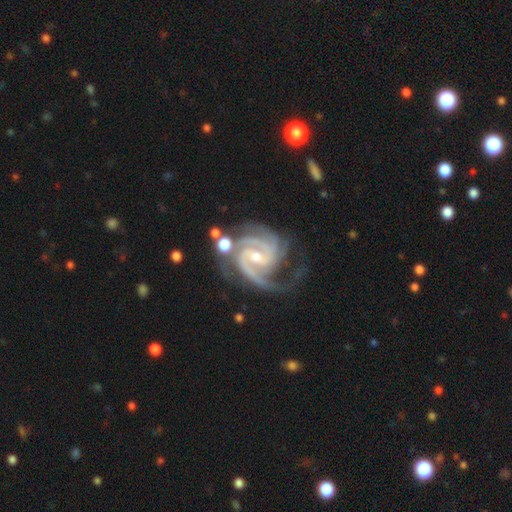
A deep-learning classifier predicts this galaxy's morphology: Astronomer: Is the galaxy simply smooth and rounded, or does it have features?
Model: featured or disk — 94%.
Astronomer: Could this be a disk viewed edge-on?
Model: no — 98%.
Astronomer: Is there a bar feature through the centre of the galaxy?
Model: weak — 48% (runner-up: no, 29%).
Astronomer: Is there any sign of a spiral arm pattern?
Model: yes — 99%.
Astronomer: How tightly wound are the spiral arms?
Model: tight — 57% (runner-up: medium, 39%).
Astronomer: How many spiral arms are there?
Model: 3 — 51%.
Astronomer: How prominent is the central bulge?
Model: small — 56% (runner-up: moderate, 40%).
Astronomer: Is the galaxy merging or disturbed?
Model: none — 61%.